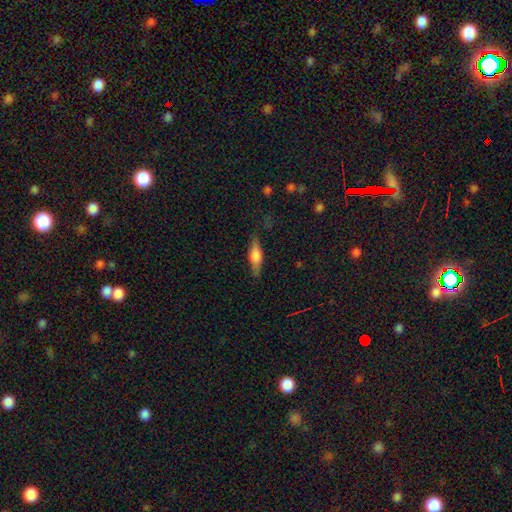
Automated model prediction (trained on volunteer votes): Smooth or featured? smooth (48%)
Merging? none (81%)